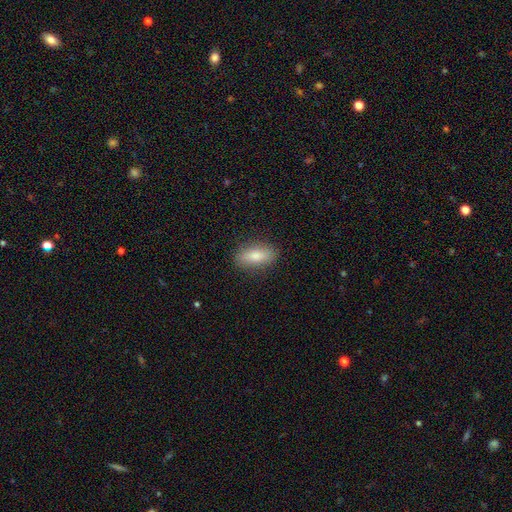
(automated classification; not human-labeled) Smooth or featured? smooth (80%)
How rounded? in between (78%)
Merging? none (87%)